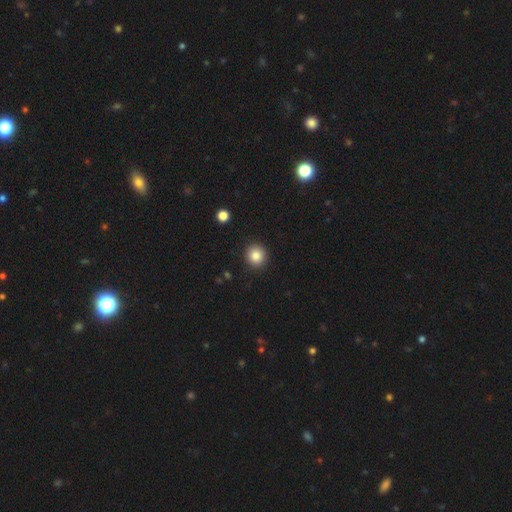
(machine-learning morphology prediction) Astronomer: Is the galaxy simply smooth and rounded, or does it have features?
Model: smooth — 84%.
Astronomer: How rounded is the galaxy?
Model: round — 92%.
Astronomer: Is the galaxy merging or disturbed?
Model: none — 92%.